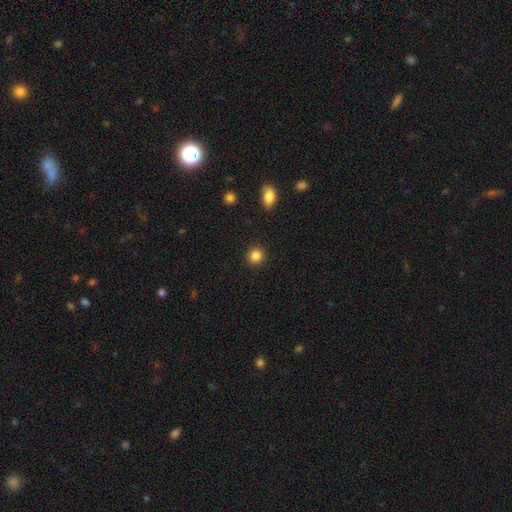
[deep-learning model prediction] Smooth or featured?
  - smooth: 86% *
  - star or artifact: 10%
  - featured or disk: 4%
How rounded?
  - round: 91% *
  - in between: 8%
  - cigar-shaped: 1%
Merging?
  - none: 92% *
  - minor disturbance: 5%
  - major disturbance: 2%
  - merger: 1%